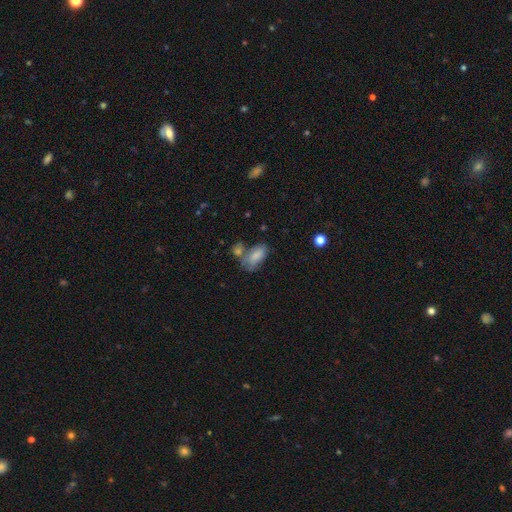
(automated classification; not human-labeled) Smooth or featured? smooth (79%)
How rounded? in between (92%)
Merging? none (39%)